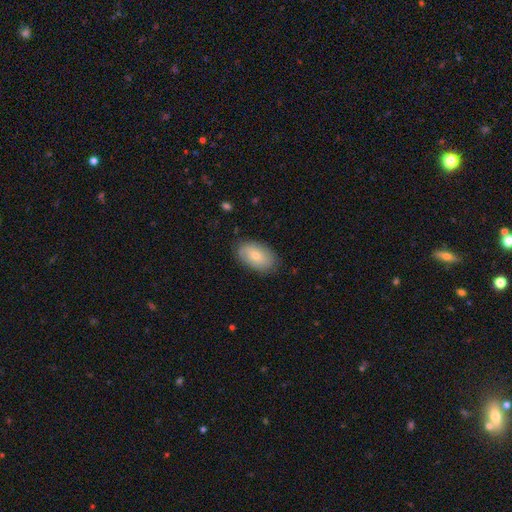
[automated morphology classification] The model was most divided on "smooth or featured": smooth: 65%, featured or disk: 28%, star or artifact: 7%. More confident: how rounded — in between (91%); merging — none (80%).